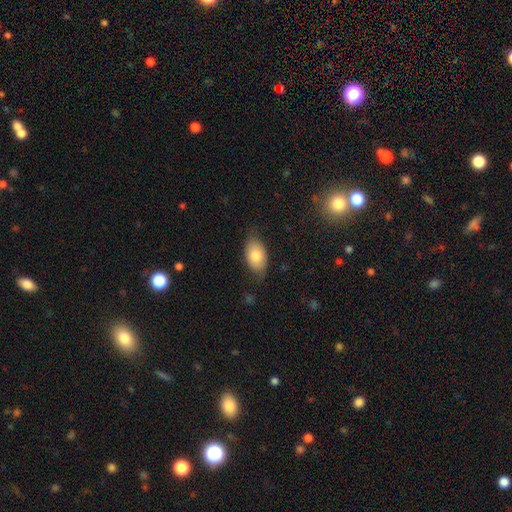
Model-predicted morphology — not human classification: Smooth or featured: smooth — 77% (featured or disk — 17%)
How rounded: in between — 91% (round — 8%)
Merging: none — 70% (minor disturbance — 23%)